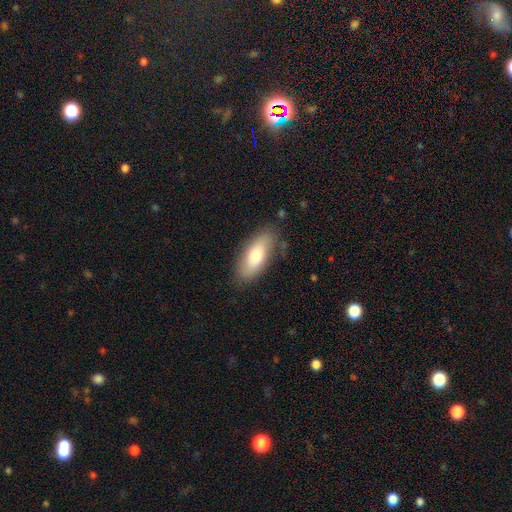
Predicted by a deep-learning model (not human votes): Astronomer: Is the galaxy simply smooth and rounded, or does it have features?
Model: smooth — 69%.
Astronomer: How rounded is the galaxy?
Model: in between — 83%.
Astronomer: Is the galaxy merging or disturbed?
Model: none — 79%.